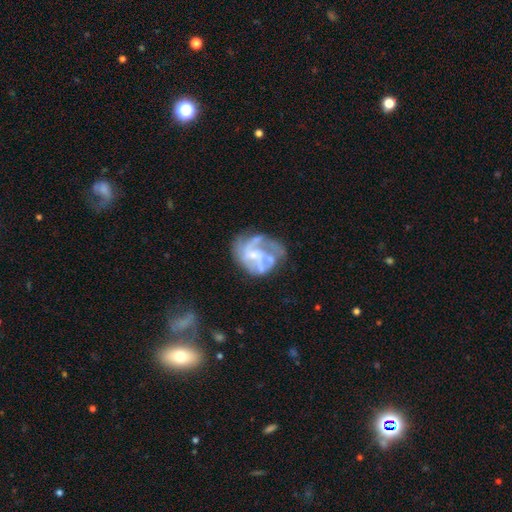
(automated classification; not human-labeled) Overall: featured or disk (74%). Edge-on disk: no (98%). Bar: no (56%; weak 34%). Spiral arms: yes (61%; no 39%). Bulge size: none (38%; small 32%). Merging: none (40%; major disturbance 31%).